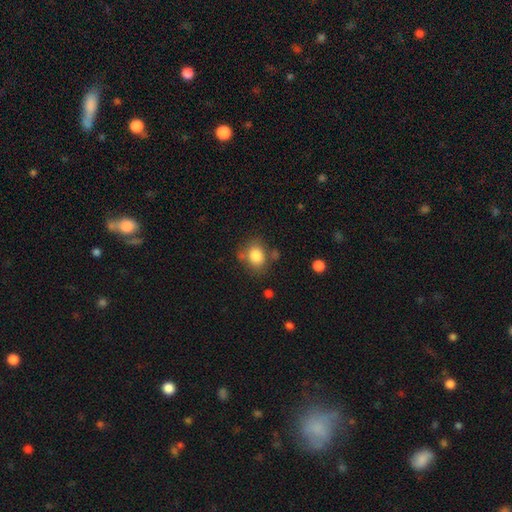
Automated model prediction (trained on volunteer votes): Smooth or featured?
  - smooth: 83% *
  - star or artifact: 9%
  - featured or disk: 8%
How rounded?
  - round: 53% *
  - in between: 46%
  - cigar-shaped: 1%
Merging?
  - none: 68% *
  - minor disturbance: 17%
  - merger: 9%
  - major disturbance: 6%